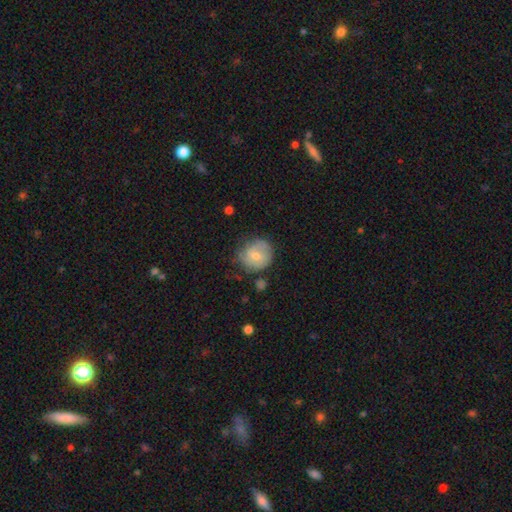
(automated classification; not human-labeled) The model was most divided on "smooth or featured": smooth: 55%, featured or disk: 38%, star or artifact: 7%. More confident: how rounded — round (78%); merging — none (61%).